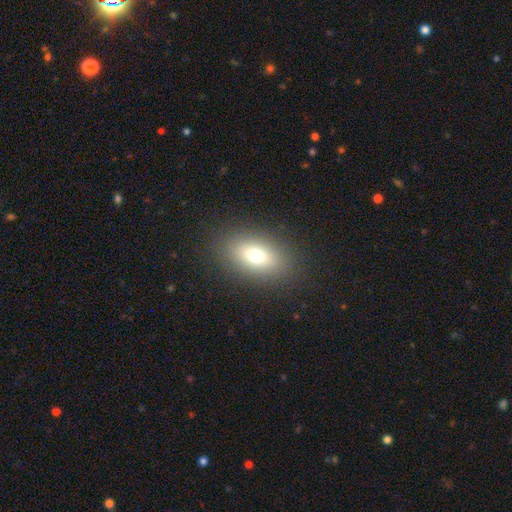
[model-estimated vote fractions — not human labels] A smooth galaxy with no disk features (73%) that is in between round and cigar-shaped (83%). Merging: none (87%).